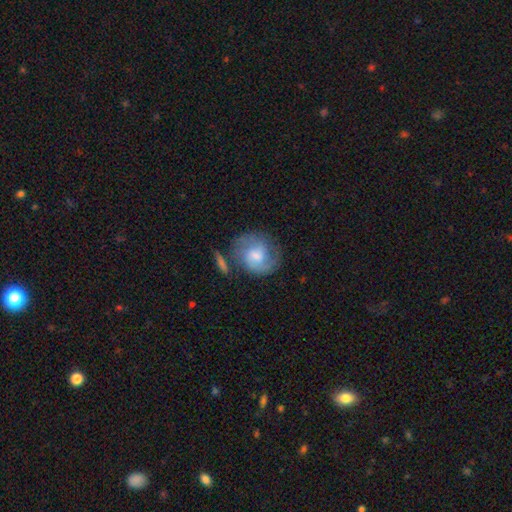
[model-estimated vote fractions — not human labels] This appears to be a featured or disk galaxy (60%) with no bar (52%), 2 (75%) medium (47%) spiral arms (88%) and a moderate central bulge (55%). Merging: none (63%).